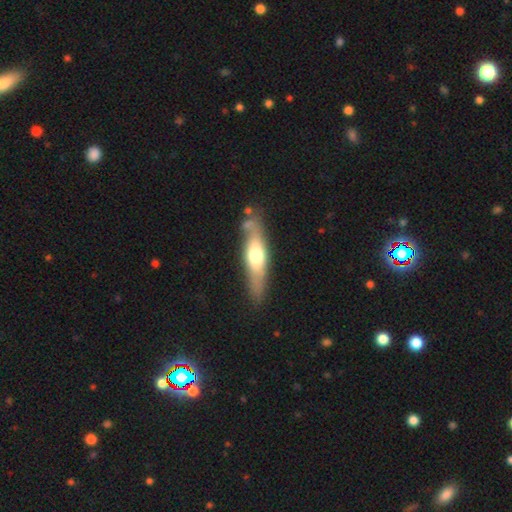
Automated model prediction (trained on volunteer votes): This is possibly a featured or disk galaxy (49%). Merging: likely none (71%).